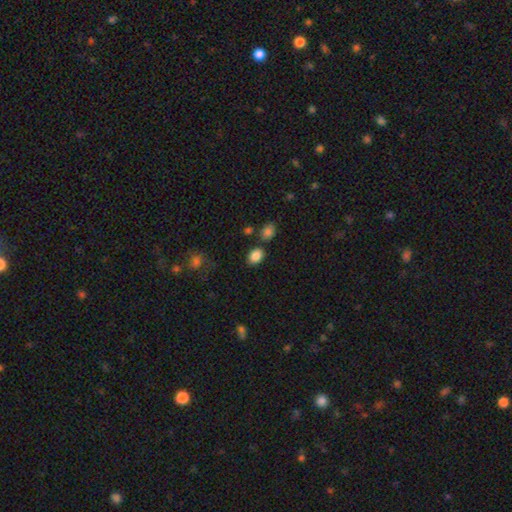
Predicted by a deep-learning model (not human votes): smooth-or-featured: smooth: 87% | star or artifact: 9% | featured or disk: 4%
  how-rounded: in between: 70% | round: 28% | cigar-shaped: 1%
  merging: none: 78% | minor disturbance: 12% | merger: 7% | major disturbance: 3%